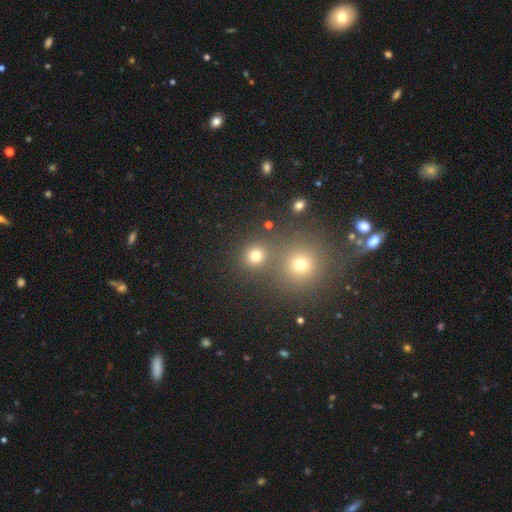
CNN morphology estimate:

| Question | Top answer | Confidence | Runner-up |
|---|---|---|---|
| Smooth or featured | smooth | 75% | star or artifact (19%) |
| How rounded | round | 88% | in between (11%) |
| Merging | none | 71% | merger (20%) |